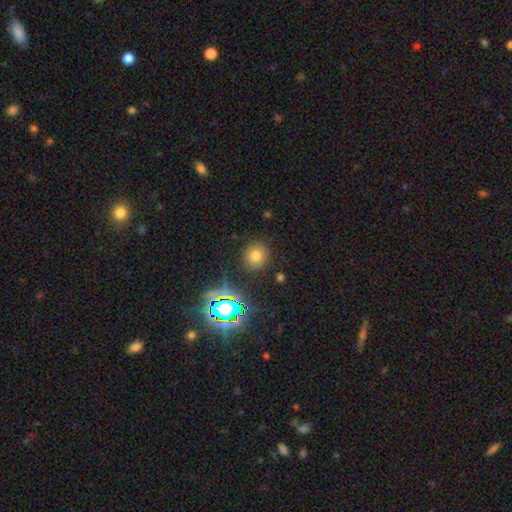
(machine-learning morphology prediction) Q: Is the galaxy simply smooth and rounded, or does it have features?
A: smooth — 69%.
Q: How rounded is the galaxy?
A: round — 88%.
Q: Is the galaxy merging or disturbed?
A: none — 86%.